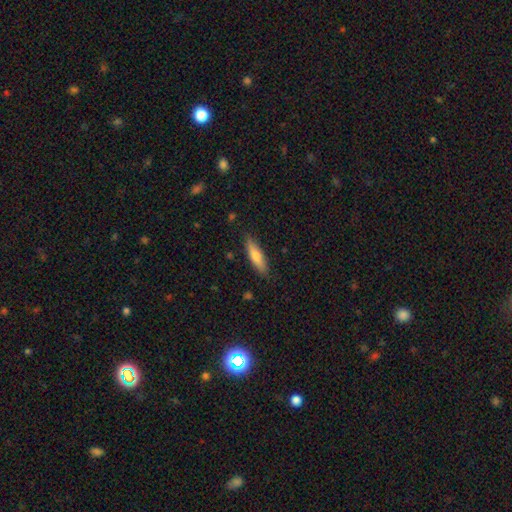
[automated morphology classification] smooth-or-featured: smooth: 68% | featured or disk: 26% | star or artifact: 6%
  how-rounded: cigar-shaped: 66% | in between: 32% | round: 2%
  merging: none: 86% | minor disturbance: 11% | major disturbance: 2% | merger: 1%